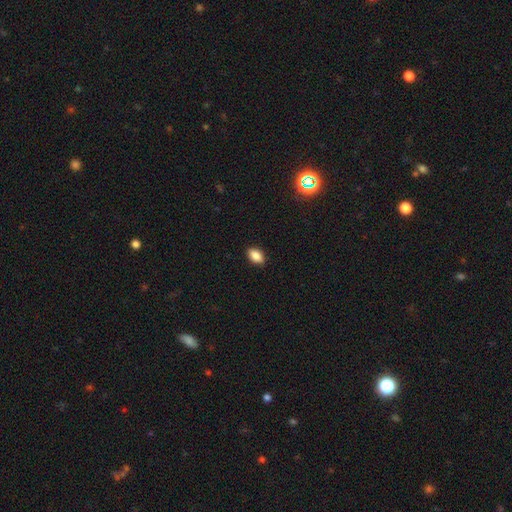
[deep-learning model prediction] A smooth galaxy with no disk features (86%) that is in between round and cigar-shaped (90%). Merging: none (89%).